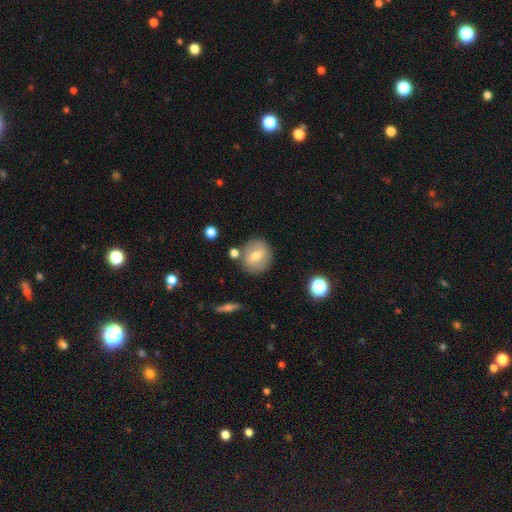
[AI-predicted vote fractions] Smooth or featured? Predicted: smooth (p=0.57). How rounded? Predicted: round (p=0.83). Merging? Predicted: none (p=0.80).